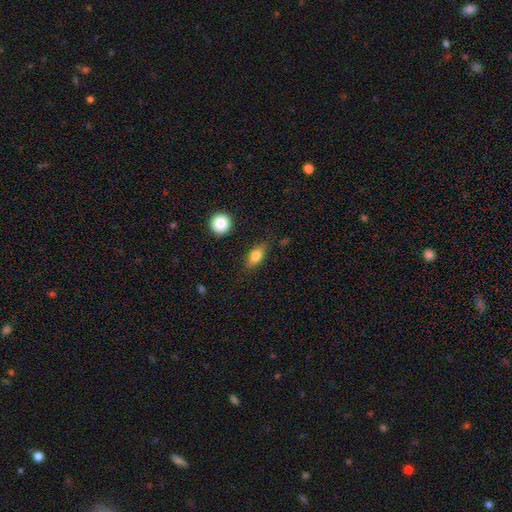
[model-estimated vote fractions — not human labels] Overall: smooth (77%). How rounded: in between (79%). Merging: none (81%).